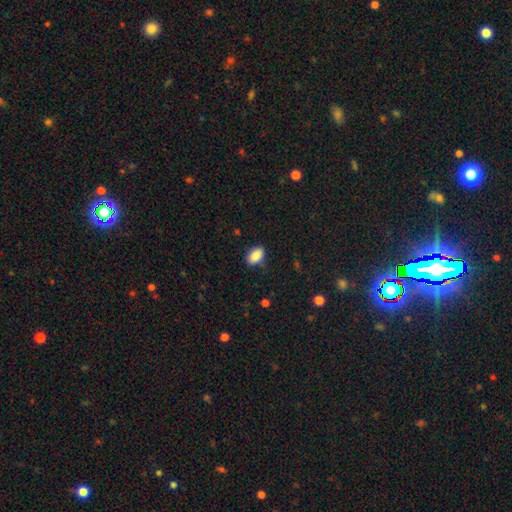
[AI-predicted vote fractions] Smooth or featured? smooth (89%)
How rounded? in between (88%)
Merging? none (83%)